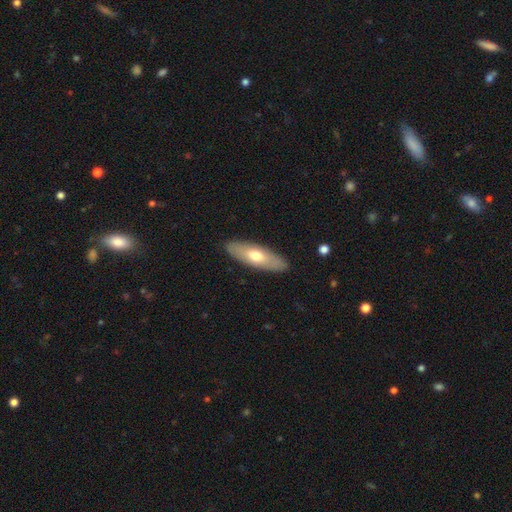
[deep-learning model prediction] Smooth or featured? Predicted: smooth (p=0.60). How rounded? Predicted: in between (p=0.59). Merging? Predicted: none (p=0.88).